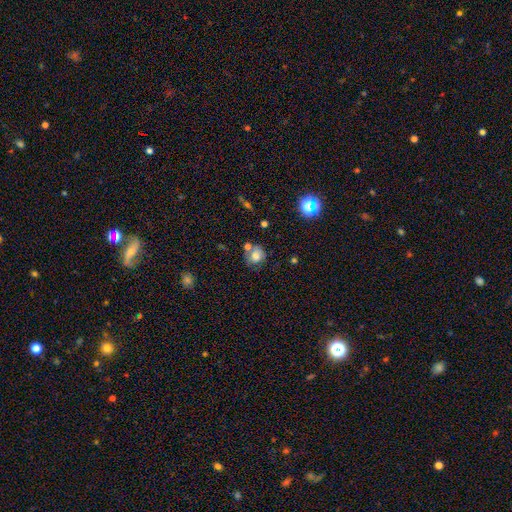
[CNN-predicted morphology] smooth-or-featured: smooth: 69% | featured or disk: 17% | star or artifact: 14%
  how-rounded: round: 77% | in between: 22% | cigar-shaped: 1%
  merging: none: 55% | merger: 20% | minor disturbance: 18% | major disturbance: 6%